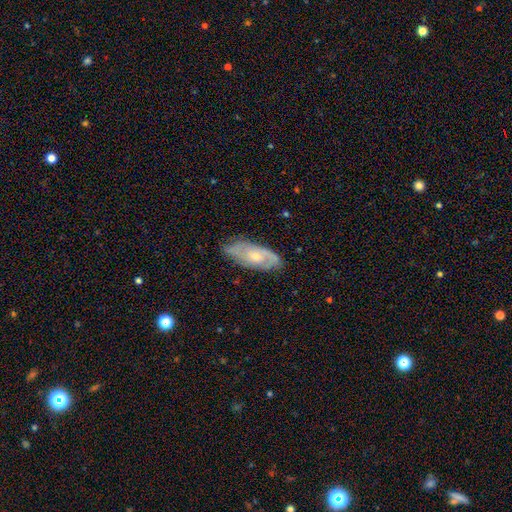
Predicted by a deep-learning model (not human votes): Q: Smooth or featured?
A: featured or disk (65%); runner-up: smooth (29%)
Q: Edge-on disk?
A: no (85%); runner-up: yes (15%)
Q: Bar?
A: no (72%); runner-up: weak (24%)
Q: Spiral arms?
A: yes (81%); runner-up: no (19%)
Q: Bulge size?
A: moderate (48%); runner-up: small (47%)
Q: Merging?
A: none (74%); runner-up: minor disturbance (20%)